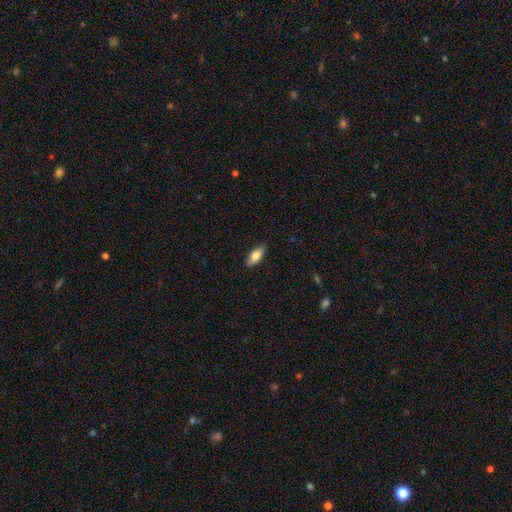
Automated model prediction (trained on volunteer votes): The model was most divided on "how rounded": in between: 78%, cigar-shaped: 19%, round: 2%. More confident: merging — none (87%); smooth or featured — smooth (77%).